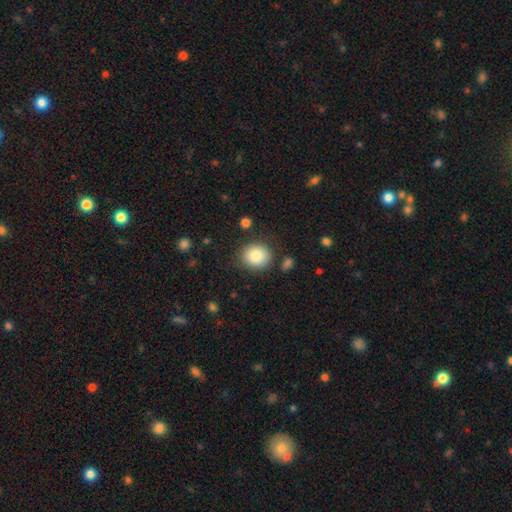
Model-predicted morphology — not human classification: This is clearly a smooth galaxy (85%). How rounded: likely round (80%). Merging: clearly none (83%).